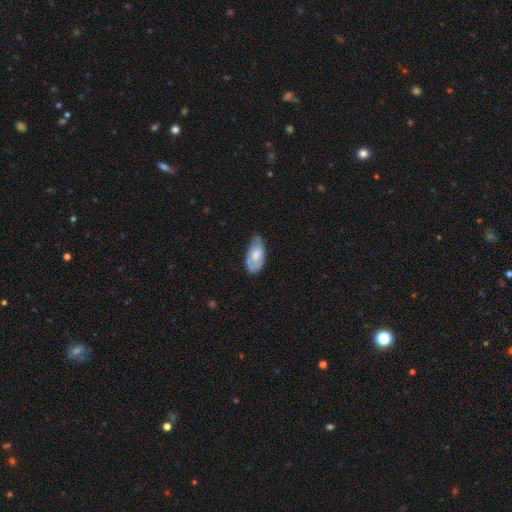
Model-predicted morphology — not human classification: Overall: smooth (57%; featured or disk 37%). How rounded: in between (92%). Merging: none (57%; minor disturbance 33%).